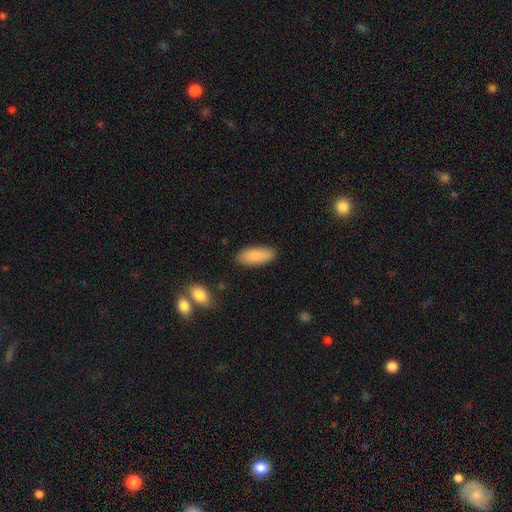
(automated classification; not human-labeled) Smooth or featured?
  - smooth: 87% *
  - featured or disk: 7%
  - star or artifact: 6%
How rounded?
  - in between: 81% *
  - cigar-shaped: 17%
  - round: 2%
Merging?
  - none: 86% *
  - minor disturbance: 10%
  - major disturbance: 2%
  - merger: 2%